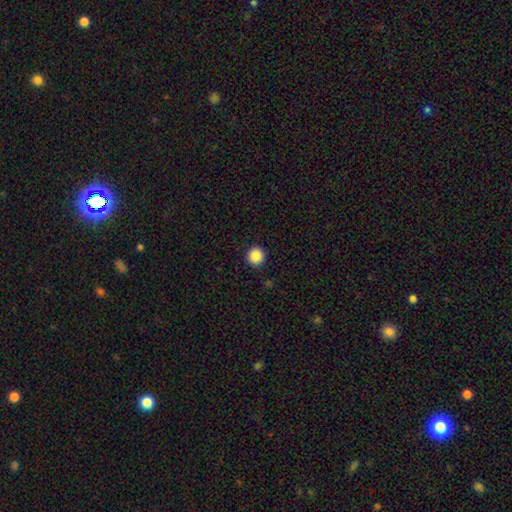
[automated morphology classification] This appears to be a smooth galaxy with no disk features (88%) that is round (94%). Merging: none (92%).